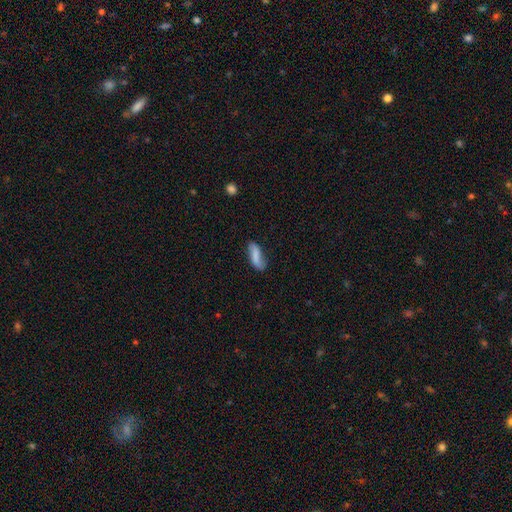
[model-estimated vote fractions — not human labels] Q: Smooth or featured?
A: smooth (71%); runner-up: featured or disk (22%)
Q: How rounded?
A: in between (63%); runner-up: cigar-shaped (35%)
Q: Merging?
A: none (66%); runner-up: minor disturbance (24%)